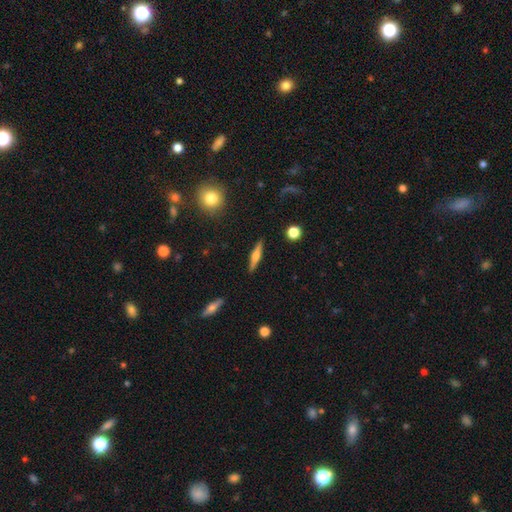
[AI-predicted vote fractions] A featured or disk galaxy (61%) viewed edge-on (97%) with a rounded central bulge (83%).

Vote fractions:
- Smooth or featured? featured or disk: 61% / smooth: 32% / star or artifact: 7%
- Edge-on disk? yes: 97% / no: 3%
- Edge-on bulge? rounded: 83% / boxy: 12% / none: 5%
- Merging? none: 89% / minor disturbance: 8% / major disturbance: 2% / merger: 1%